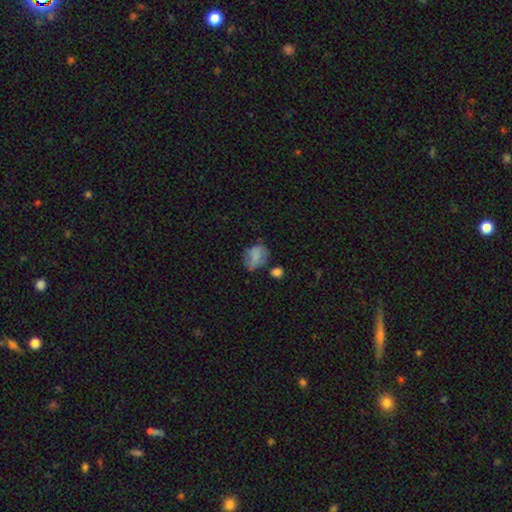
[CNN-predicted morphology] A smooth galaxy with no disk features (71%) that is in between round and cigar-shaped (60%). Merging: none (50%).